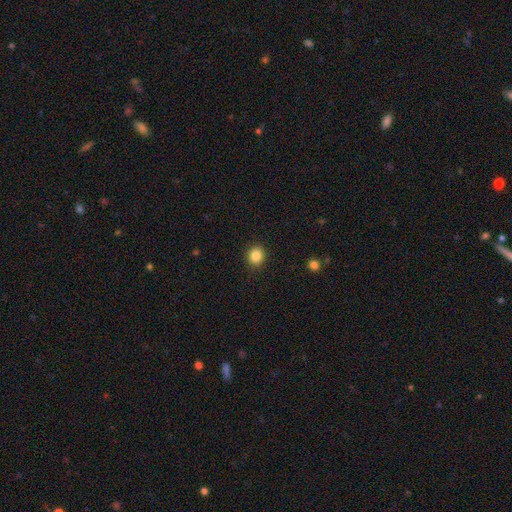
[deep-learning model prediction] Smooth or featured? smooth (85%)
How rounded? round (76%)
Merging? none (91%)